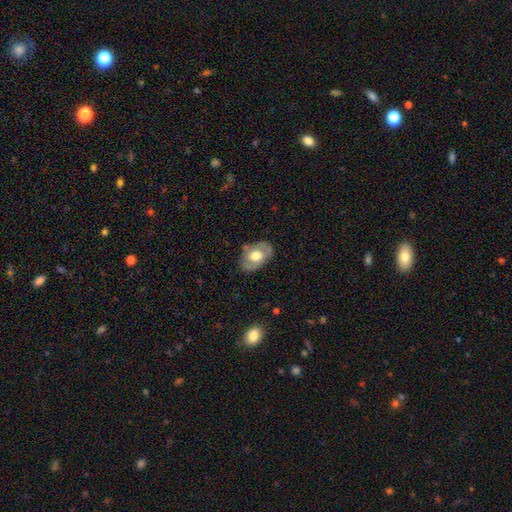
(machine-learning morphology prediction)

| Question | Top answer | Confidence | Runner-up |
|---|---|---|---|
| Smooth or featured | smooth | 52% | featured or disk (42%) |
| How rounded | in between | 84% | round (14%) |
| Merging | none | 76% | minor disturbance (18%) |